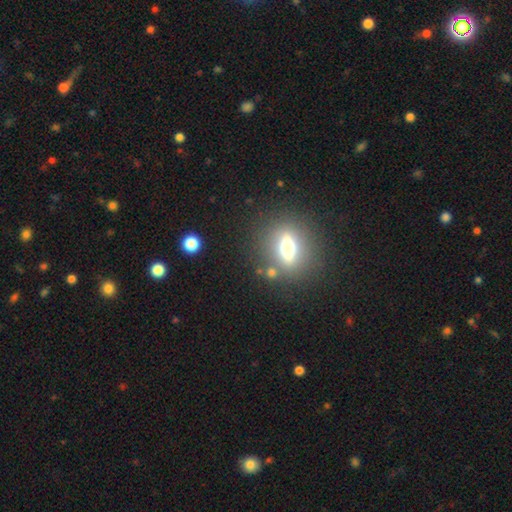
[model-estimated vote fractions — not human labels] Smooth or featured: smooth — 55% (featured or disk — 25%)
How rounded: in between — 54% (round — 39%)
Merging: none — 81% (minor disturbance — 9%)